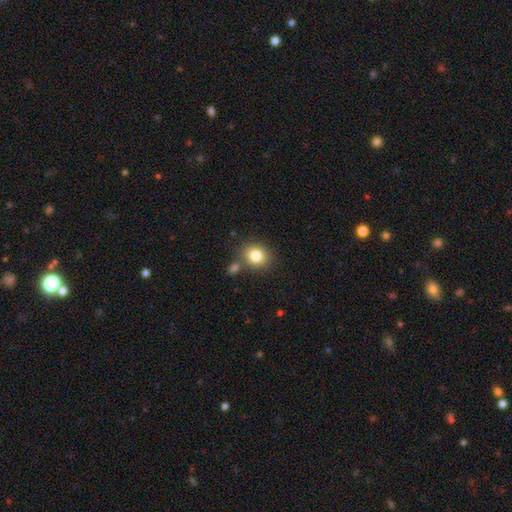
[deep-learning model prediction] This is clearly a smooth galaxy (82%). How rounded: likely round (71%). Merging: likely none (73%).